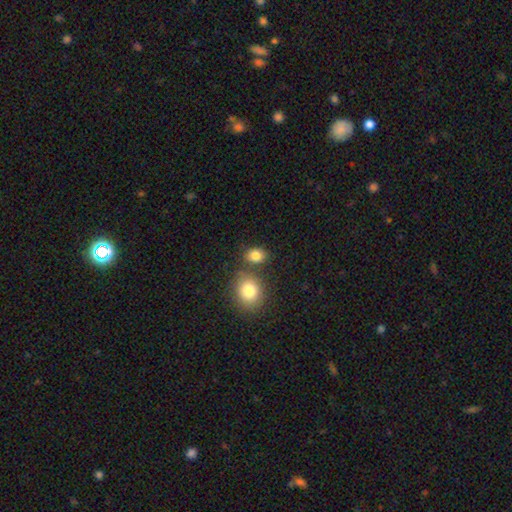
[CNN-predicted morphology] A smooth galaxy with no disk features (83%) that is in between round and cigar-shaped (54%). Merging: none (70%).